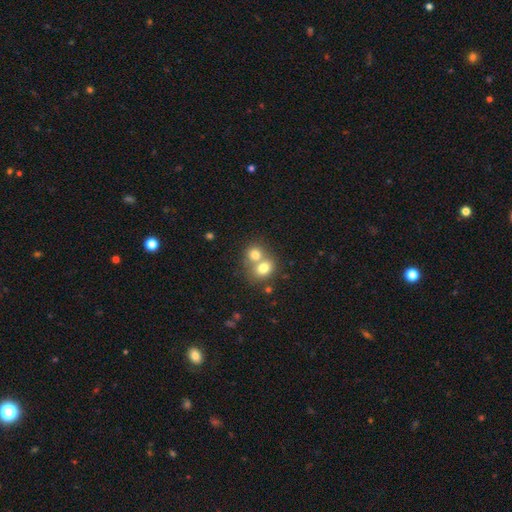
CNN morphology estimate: This is likely a smooth galaxy (73%). How rounded: likely round (67%). Merging: likely merger (63%).